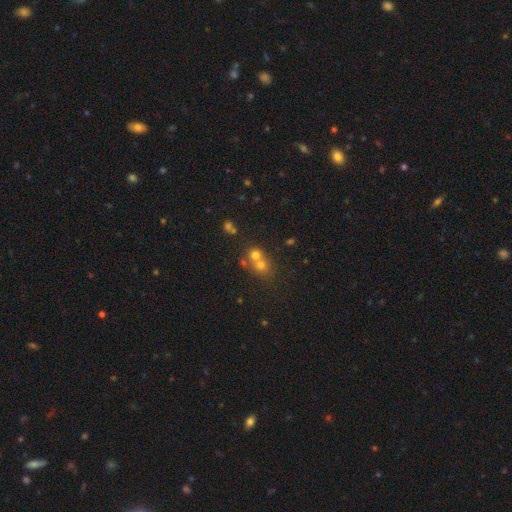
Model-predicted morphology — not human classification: This appears to be a smooth galaxy with no disk features (65%) that is round (80%). Merging: merger (56%).